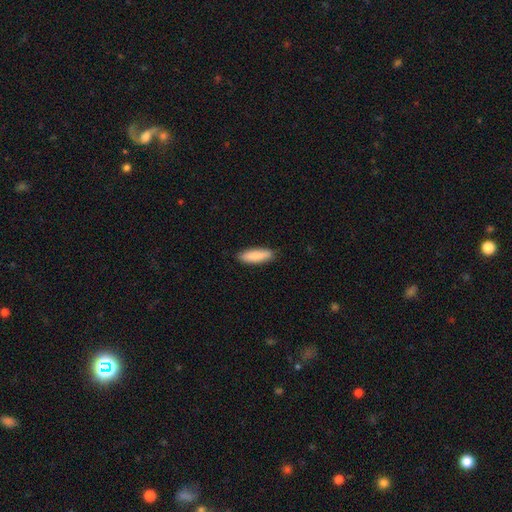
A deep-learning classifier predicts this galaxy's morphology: Smooth or featured? Predicted: smooth (p=0.88). How rounded? Predicted: cigar-shaped (p=0.54). Merging? Predicted: none (p=0.87).